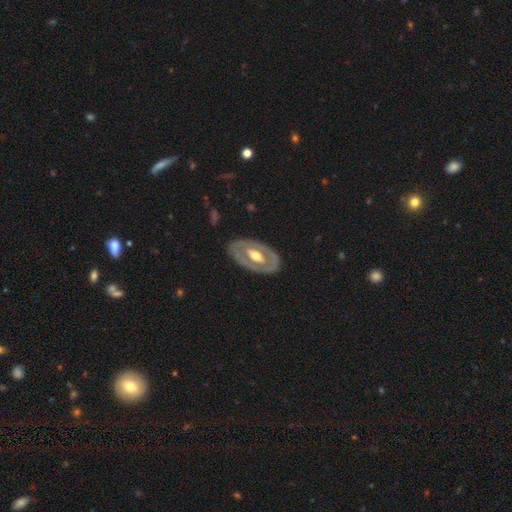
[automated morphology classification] Smooth or featured? featured or disk (66%)
Edge-on disk? no (90%)
Bar? no (59%)
Spiral arms? no (81%)
Bulge size? moderate (68%)
Merging? none (81%)